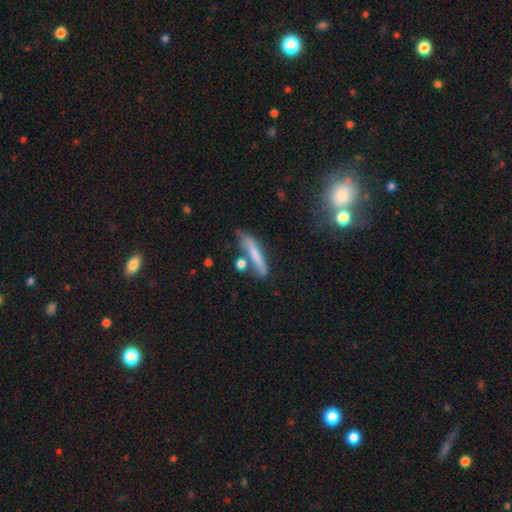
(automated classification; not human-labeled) This is likely a smooth galaxy (71%). How rounded: clearly cigar-shaped (85%). Merging: likely none (62%).